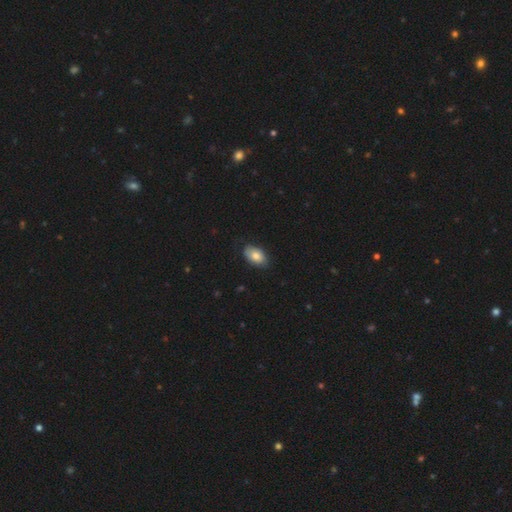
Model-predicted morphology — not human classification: smooth_or_featured: smooth (p=0.80) [alt: featured or disk p=0.13]
how_rounded: in between (p=0.93) [alt: round p=0.06]
merging: none (p=0.80) [alt: minor disturbance p=0.16]